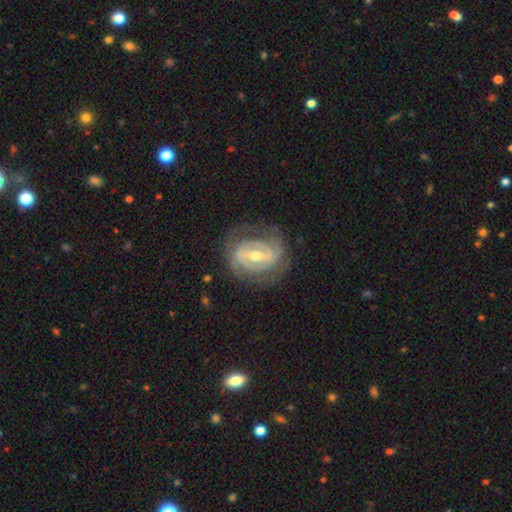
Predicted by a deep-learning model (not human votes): smooth-or-featured: featured or disk: 84% | smooth: 10% | star or artifact: 5%
  disk-edge-on: no: 96% | yes: 4%
    bar: strong: 48% | weak: 36% | no: 16%
    has-spiral-arms: yes: 84% | no: 16%
      spiral-winding: tight: 57% | medium: 32% | loose: 11%
      spiral-arm-count: 2: 54% | can't tell: 24% | 3: 12% | 1: 5% | 4: 3% | more than 4: 3%
    bulge-size: moderate: 65% | small: 30% | large: 3% | none: 1% | dominant: 1%
  merging: none: 70% | minor disturbance: 17% | major disturbance: 12% | merger: 1%